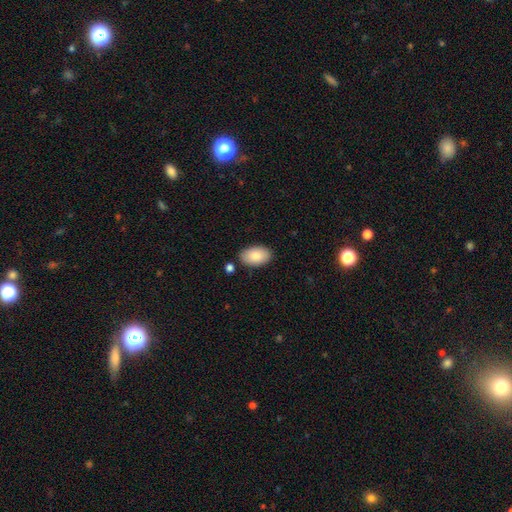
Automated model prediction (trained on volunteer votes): Morphology: type=smooth (86%); roundness=in between (94%); merging=none (84%).